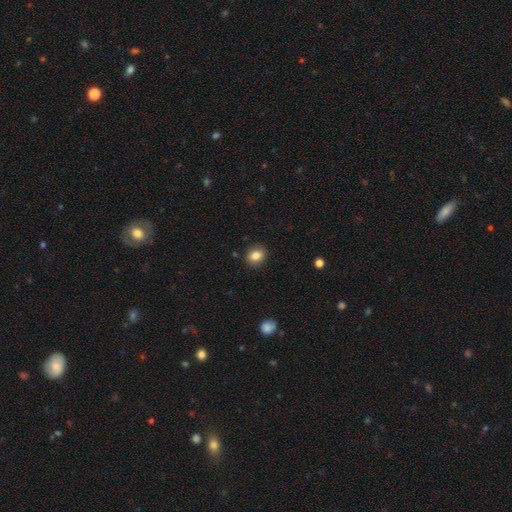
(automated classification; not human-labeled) Smooth or featured?
  - smooth: 83% *
  - star or artifact: 10%
  - featured or disk: 7%
How rounded?
  - round: 62% *
  - in between: 37%
  - cigar-shaped: 1%
Merging?
  - none: 89% *
  - minor disturbance: 8%
  - major disturbance: 2%
  - merger: 1%